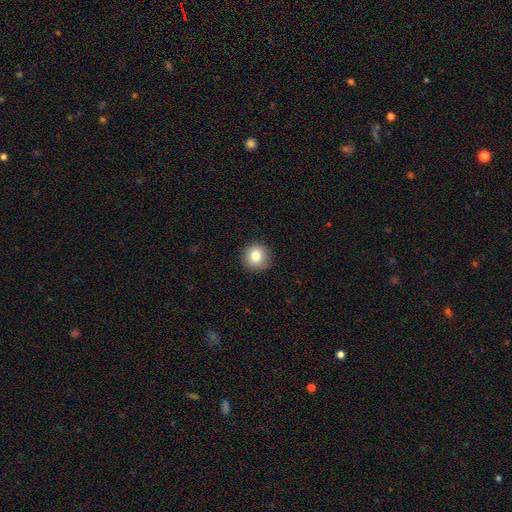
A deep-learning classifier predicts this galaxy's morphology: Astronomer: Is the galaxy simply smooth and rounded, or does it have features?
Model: smooth — 82%.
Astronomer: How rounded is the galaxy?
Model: round — 93%.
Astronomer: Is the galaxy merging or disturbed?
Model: none — 90%.